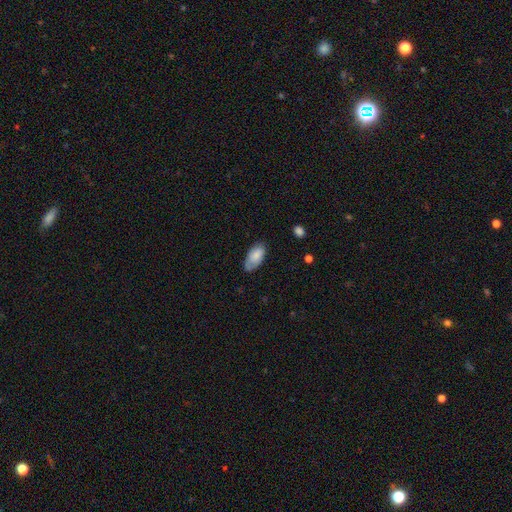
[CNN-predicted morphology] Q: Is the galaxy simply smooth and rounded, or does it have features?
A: smooth — 80%.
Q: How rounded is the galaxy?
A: in between — 93%.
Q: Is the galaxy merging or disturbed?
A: none — 64%.